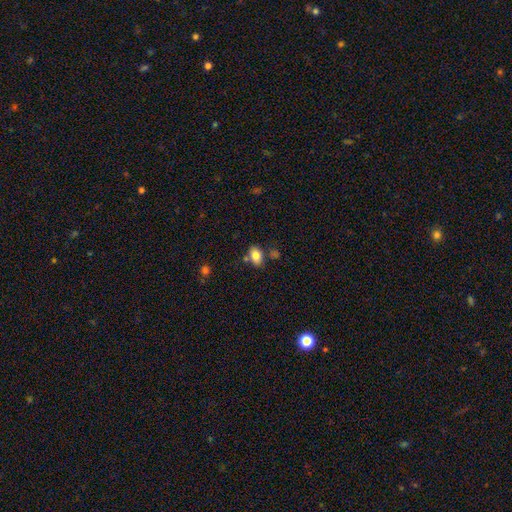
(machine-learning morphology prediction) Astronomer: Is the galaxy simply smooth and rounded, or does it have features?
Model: smooth — 83%.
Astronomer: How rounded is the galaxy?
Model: in between — 84%.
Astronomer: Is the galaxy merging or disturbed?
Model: none — 71%.